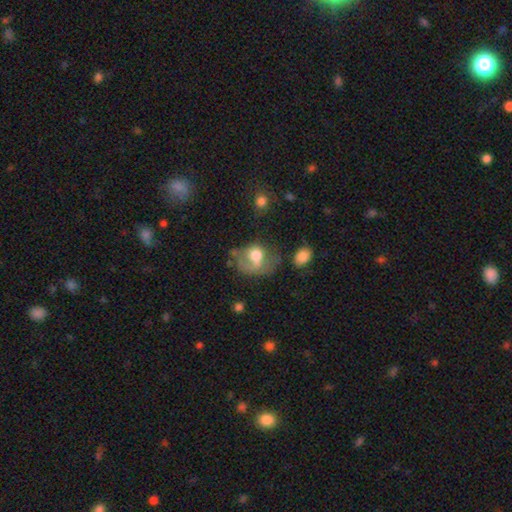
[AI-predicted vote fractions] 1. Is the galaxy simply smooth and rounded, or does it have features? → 56% smooth, 34% featured or disk, 10% star or artifact.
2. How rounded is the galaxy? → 51% round, 48% in between, 1% cigar-shaped.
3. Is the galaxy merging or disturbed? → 44% major disturbance, 24% none, 21% minor disturbance, 10% merger.